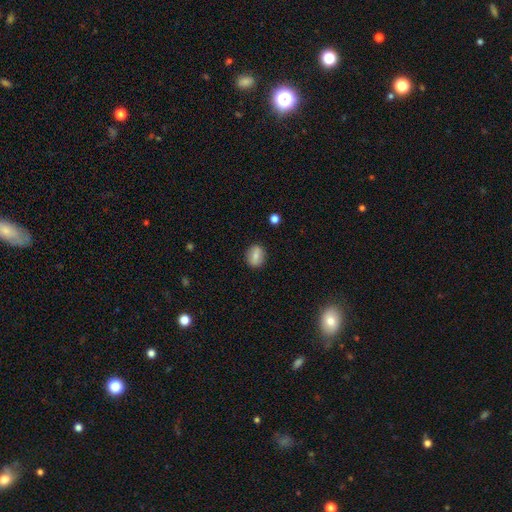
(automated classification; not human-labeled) This appears to be a smooth galaxy with no disk features (70%) that is round (49%). Merging: none (87%).